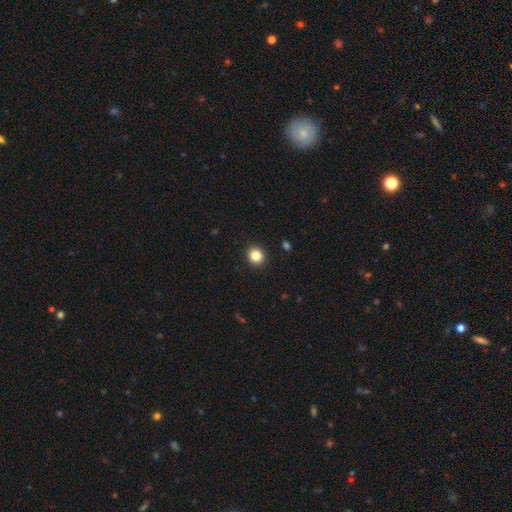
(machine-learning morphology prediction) type=smooth (85%); roundness=round (87%); merging=none (92%).